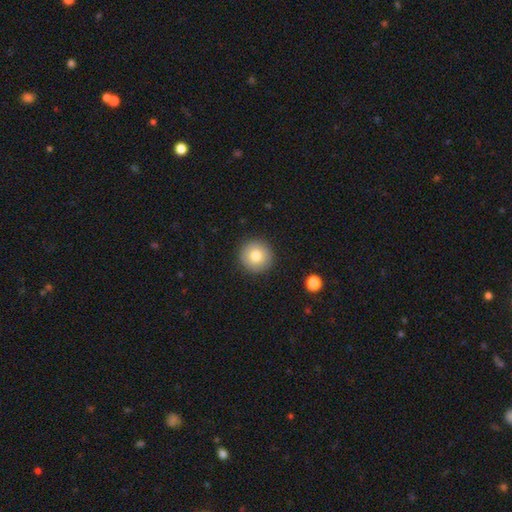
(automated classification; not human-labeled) Overall: smooth (79%). How rounded: round (96%). Merging: none (91%).